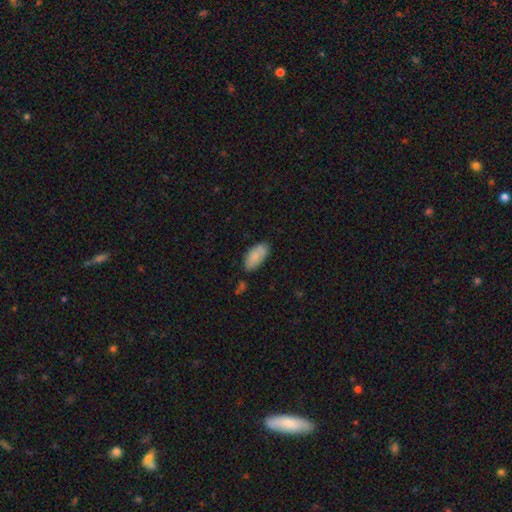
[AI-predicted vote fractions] Smooth or featured?
  - smooth: 84% *
  - featured or disk: 10%
  - star or artifact: 6%
How rounded?
  - in between: 91% *
  - cigar-shaped: 7%
  - round: 2%
Merging?
  - none: 76% *
  - minor disturbance: 17%
  - merger: 3%
  - major disturbance: 3%